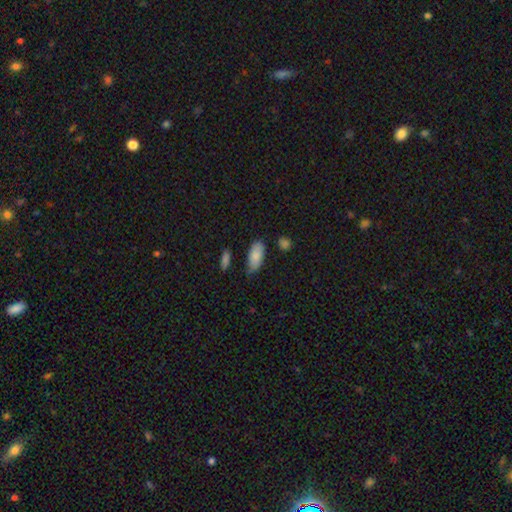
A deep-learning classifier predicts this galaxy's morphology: The model was most divided on "merging": none: 67%, minor disturbance: 25%, major disturbance: 4%, merger: 4%. More confident: how rounded — in between (88%); smooth or featured — smooth (85%).